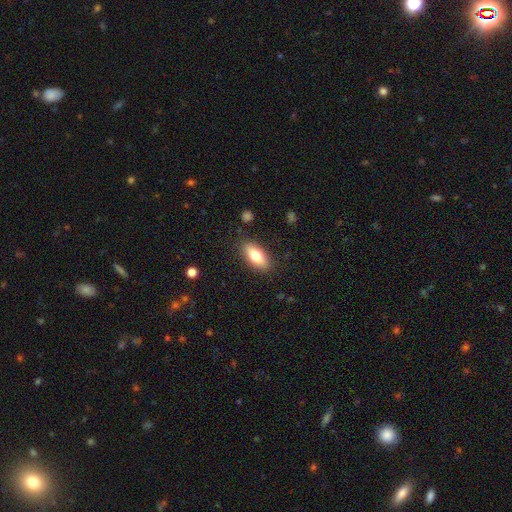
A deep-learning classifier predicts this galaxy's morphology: Smooth or featured?
  - smooth: 76% *
  - featured or disk: 18%
  - star or artifact: 7%
How rounded?
  - in between: 83% *
  - cigar-shaped: 14%
  - round: 4%
Merging?
  - none: 86% *
  - minor disturbance: 10%
  - major disturbance: 3%
  - merger: 1%